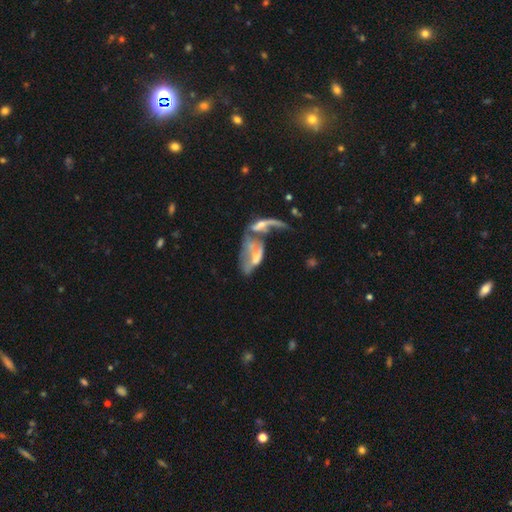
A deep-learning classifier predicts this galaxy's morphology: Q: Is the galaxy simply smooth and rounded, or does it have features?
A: featured or disk — 59%.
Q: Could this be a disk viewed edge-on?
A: no — 88%.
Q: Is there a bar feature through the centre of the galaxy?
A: no — 71%.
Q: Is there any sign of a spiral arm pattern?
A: no — 60%.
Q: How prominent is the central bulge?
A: none — 31%, tied with moderate.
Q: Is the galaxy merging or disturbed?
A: merger — 67%.